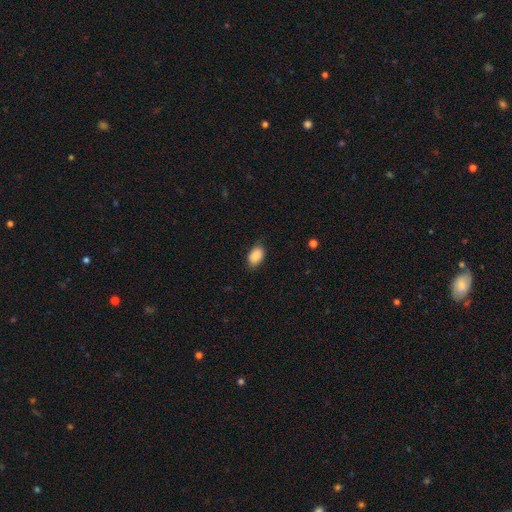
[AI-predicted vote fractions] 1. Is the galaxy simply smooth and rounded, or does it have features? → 88% smooth, 7% star or artifact, 5% featured or disk.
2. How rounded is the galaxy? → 91% in between, 8% round, 1% cigar-shaped.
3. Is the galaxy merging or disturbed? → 79% none, 17% minor disturbance, 3% major disturbance, 1% merger.